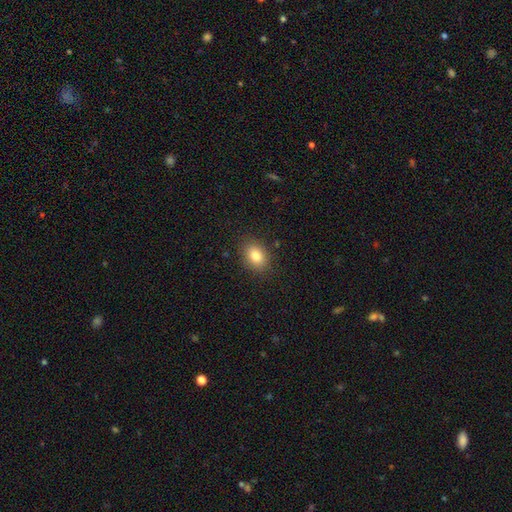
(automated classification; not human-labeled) This appears to be a smooth galaxy with no disk features (83%) that is in between round and cigar-shaped (68%). Merging: none (87%).